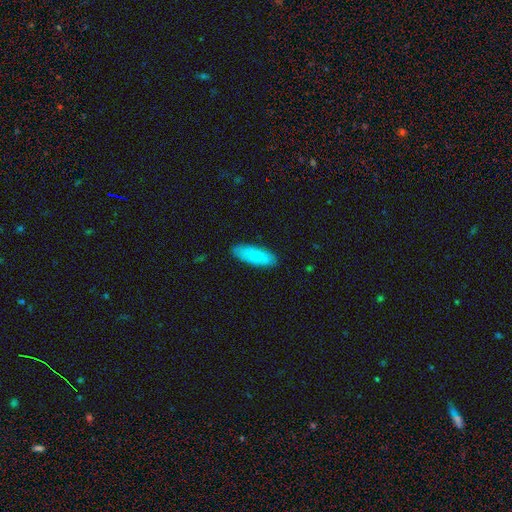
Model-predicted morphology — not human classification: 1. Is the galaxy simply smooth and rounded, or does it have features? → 73% smooth, 21% featured or disk, 6% star or artifact.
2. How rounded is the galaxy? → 71% in between, 27% cigar-shaped, 2% round.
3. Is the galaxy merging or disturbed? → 84% none, 13% minor disturbance, 2% major disturbance, 1% merger.